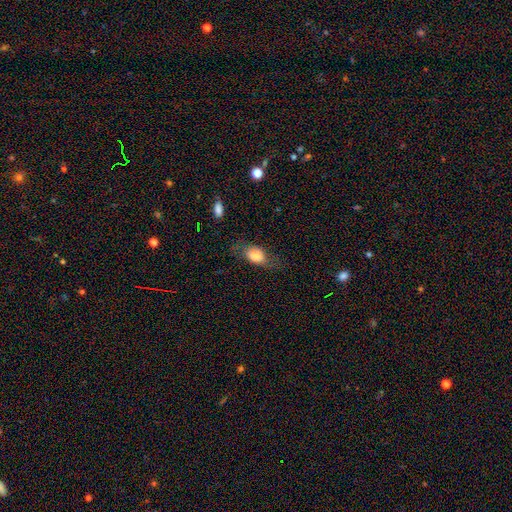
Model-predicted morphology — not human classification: Q: Smooth or featured?
A: smooth (71%); runner-up: featured or disk (21%)
Q: How rounded?
A: in between (79%); runner-up: round (15%)
Q: Merging?
A: none (63%); runner-up: minor disturbance (22%)